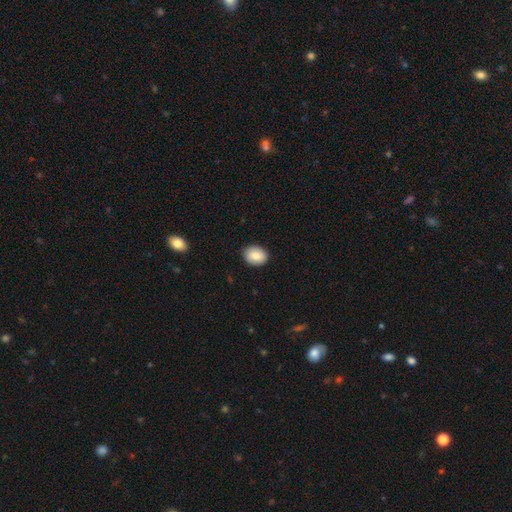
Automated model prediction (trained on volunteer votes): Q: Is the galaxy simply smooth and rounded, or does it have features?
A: smooth — 82%.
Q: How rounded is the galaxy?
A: in between — 57%.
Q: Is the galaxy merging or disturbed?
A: none — 87%.